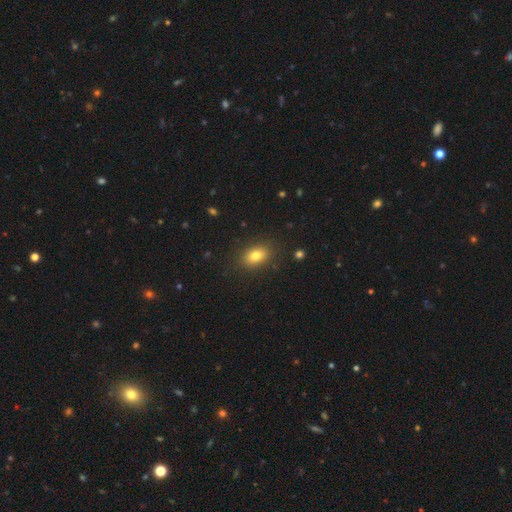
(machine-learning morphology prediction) A smooth galaxy with no disk features (80%) that is in between round and cigar-shaped (82%). Merging: none (86%).